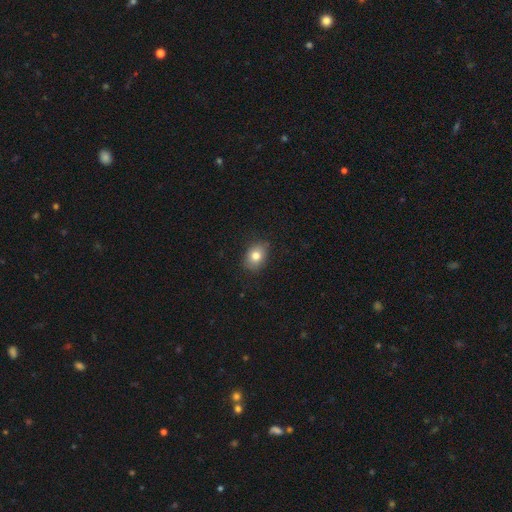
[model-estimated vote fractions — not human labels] Overall: smooth (79%). How rounded: in between (66%; round 33%). Merging: none (80%).